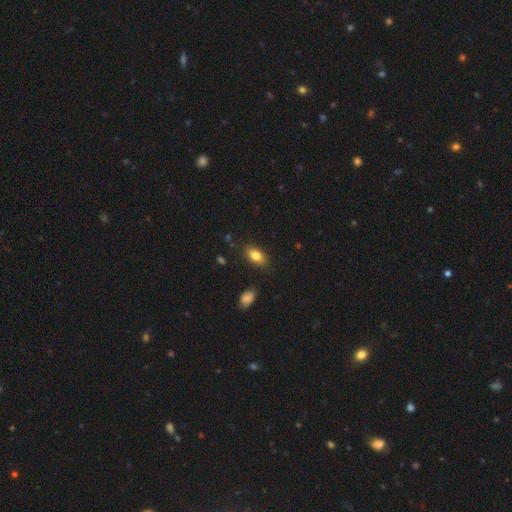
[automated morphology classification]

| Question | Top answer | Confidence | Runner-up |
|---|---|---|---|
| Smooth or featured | smooth | 82% | featured or disk (10%) |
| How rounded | in between | 89% | round (6%) |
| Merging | none | 84% | minor disturbance (11%) |